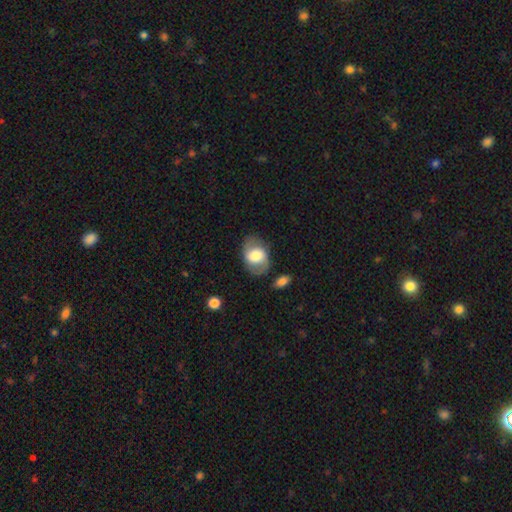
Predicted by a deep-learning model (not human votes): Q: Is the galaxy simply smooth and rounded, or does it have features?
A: smooth — 52%.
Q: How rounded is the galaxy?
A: in between — 75%.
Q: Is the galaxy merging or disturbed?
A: none — 72%.